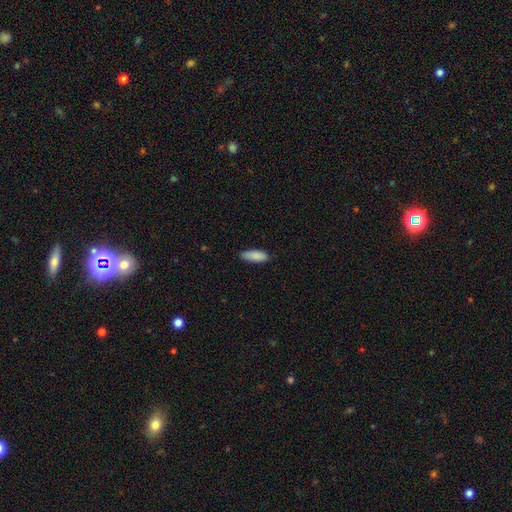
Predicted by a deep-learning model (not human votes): smooth 88%, star or artifact 6%, featured or disk 6%. Down the decision tree: how rounded — in between (67%); merging — none (76%).